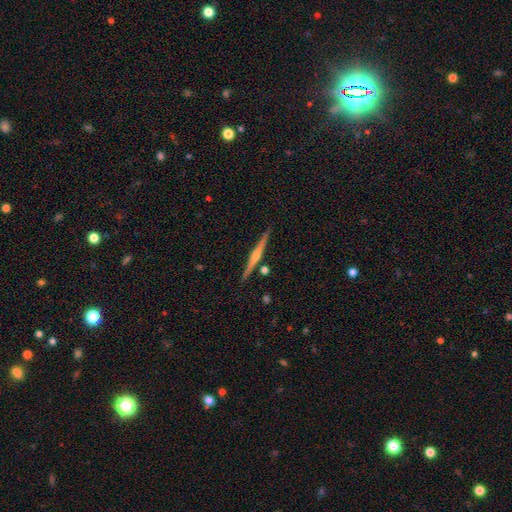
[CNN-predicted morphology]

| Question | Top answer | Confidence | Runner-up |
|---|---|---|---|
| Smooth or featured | featured or disk | 81% | smooth (13%) |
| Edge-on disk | yes | 98% | no (2%) |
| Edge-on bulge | rounded | 85% | none (9%) |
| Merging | none | 90% | minor disturbance (6%) |